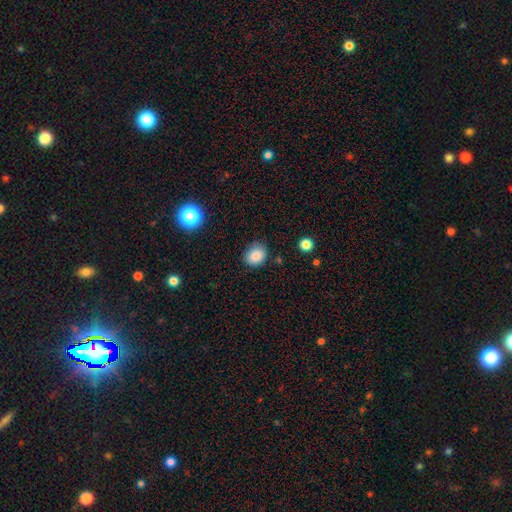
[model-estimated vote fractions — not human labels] This is clearly a smooth galaxy (85%). How rounded: possibly round (56%). Merging: likely none (79%).